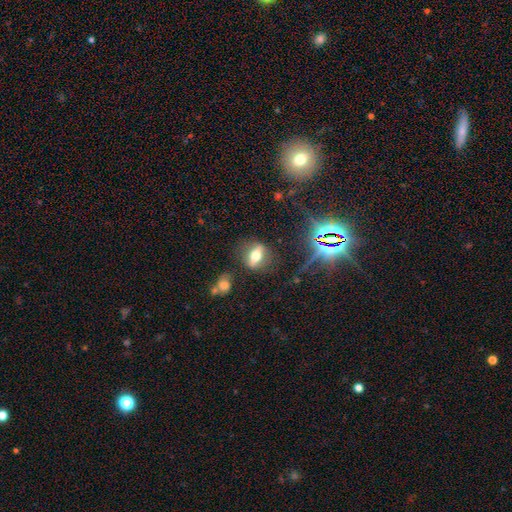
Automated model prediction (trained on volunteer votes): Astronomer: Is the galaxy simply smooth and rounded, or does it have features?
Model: featured or disk — 45% (runner-up: smooth, 38%).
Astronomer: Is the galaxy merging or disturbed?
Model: none — 78%.